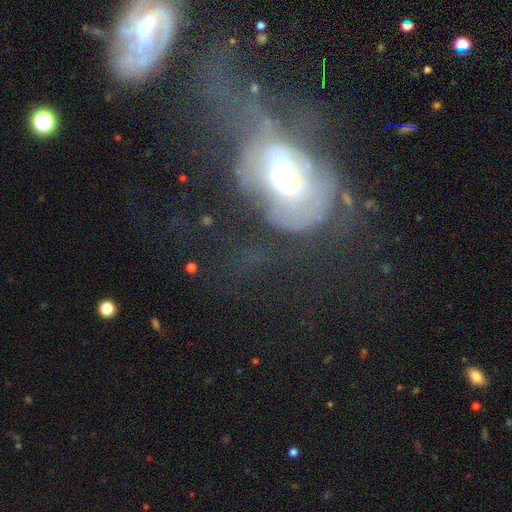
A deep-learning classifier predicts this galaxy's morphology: featured or disk 58%, smooth 25%, star or artifact 17%. Down the decision tree: edge-on disk — no (92%); bar — no (65%); spiral arms — no (52%); bulge size — moderate (61%); merging — major disturbance (47%).